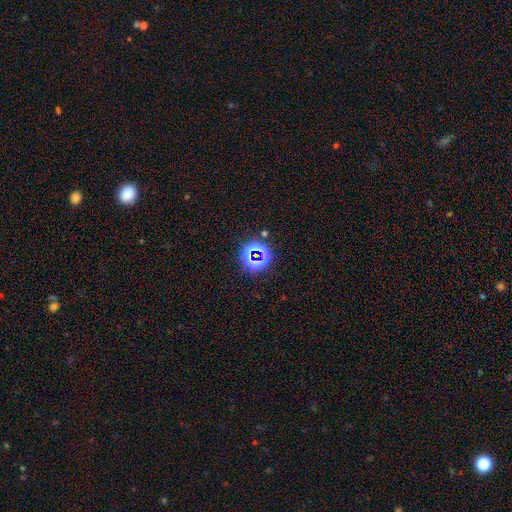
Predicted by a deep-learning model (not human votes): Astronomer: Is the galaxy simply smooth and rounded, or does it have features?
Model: star or artifact — 66%.